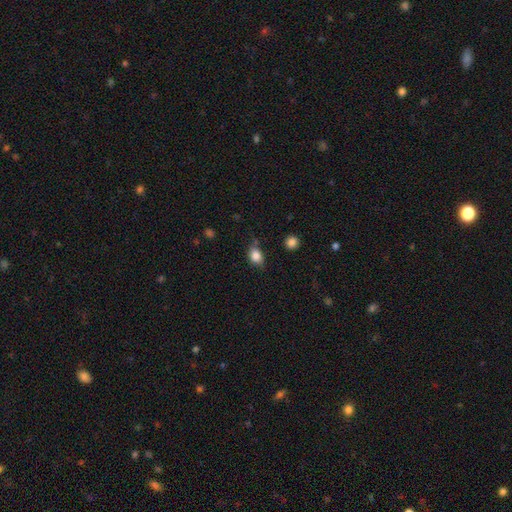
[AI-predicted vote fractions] This is clearly a smooth galaxy (85%). How rounded: likely in between (65%). Merging: likely none (68%).